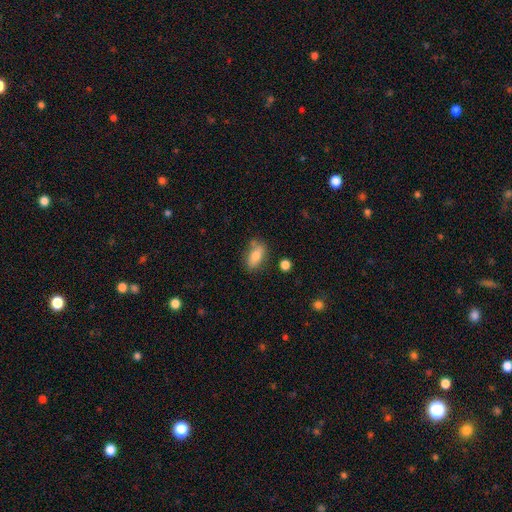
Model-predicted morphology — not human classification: smooth-or-featured: smooth: 75% | featured or disk: 17% | star or artifact: 8%
  how-rounded: in between: 83% | cigar-shaped: 12% | round: 5%
  merging: none: 70% | minor disturbance: 18% | merger: 7% | major disturbance: 5%